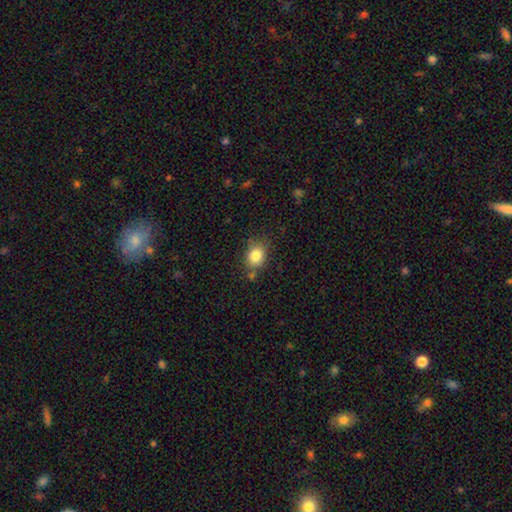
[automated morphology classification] Smooth or featured? smooth (83%)
How rounded? round (60%)
Merging? none (74%)